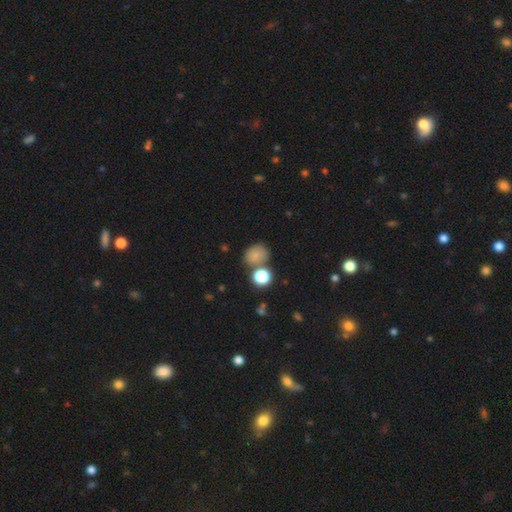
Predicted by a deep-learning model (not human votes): Smooth or featured: smooth — 78% (star or artifact — 15%)
How rounded: round — 51% (in between — 48%)
Merging: none — 60% (merger — 19%)